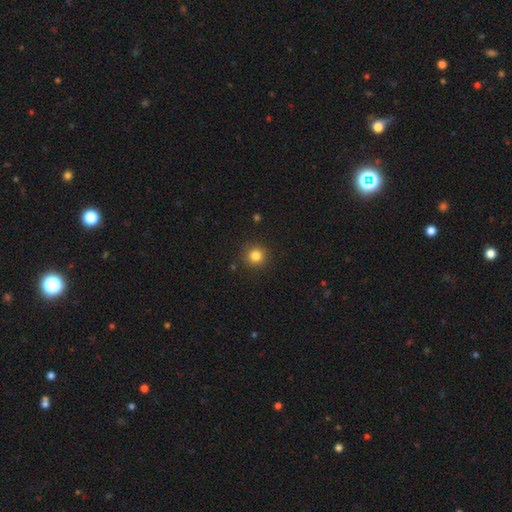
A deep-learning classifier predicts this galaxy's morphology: A smooth galaxy with no disk features (83%) that is round (94%). Merging: none (90%).